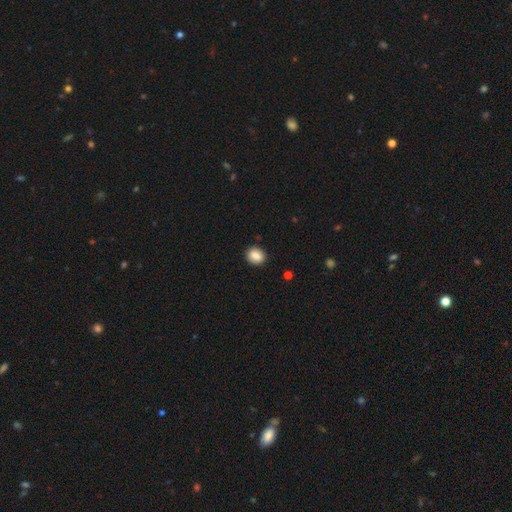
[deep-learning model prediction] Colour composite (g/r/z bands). It shows a smooth galaxy with no disk features (83%) that is round (61%). Merging: none (89%).